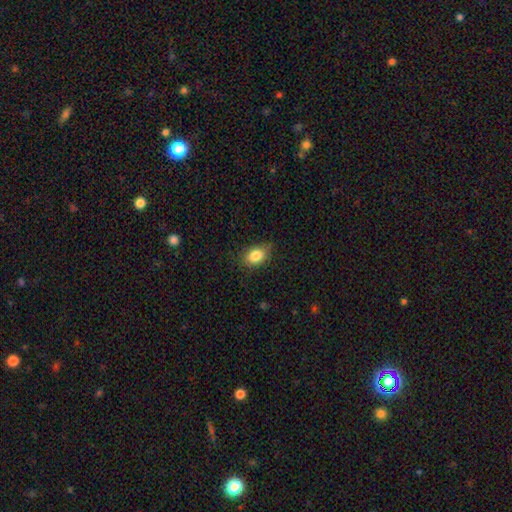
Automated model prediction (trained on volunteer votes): A smooth galaxy with no disk features (84%) that is in between round and cigar-shaped (80%). Merging: none (77%).